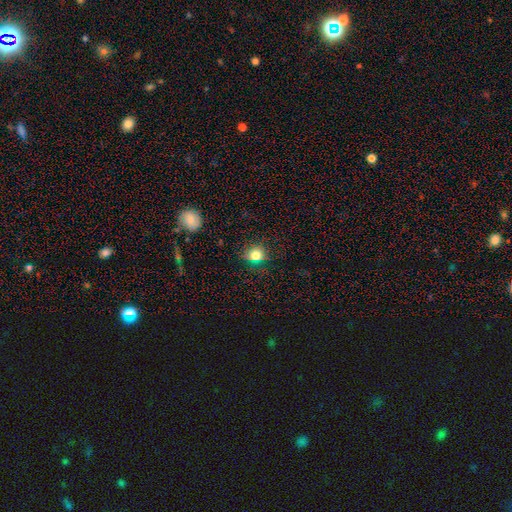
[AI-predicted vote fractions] Smooth or featured?
  - smooth: 77% *
  - star or artifact: 16%
  - featured or disk: 7%
How rounded?
  - round: 77% *
  - in between: 21%
  - cigar-shaped: 1%
Merging?
  - none: 81% *
  - minor disturbance: 13%
  - major disturbance: 4%
  - merger: 2%